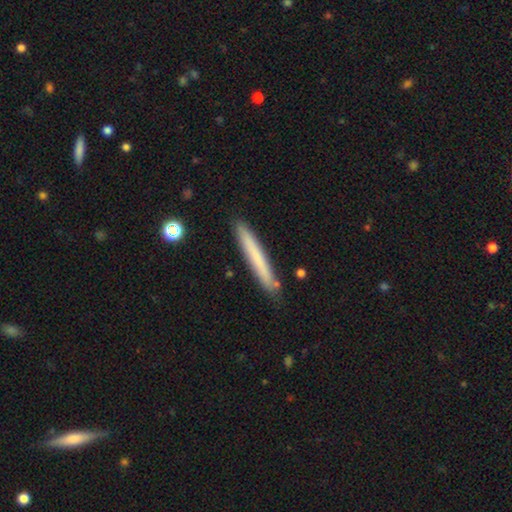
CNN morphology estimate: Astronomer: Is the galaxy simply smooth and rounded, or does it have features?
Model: smooth — 69%.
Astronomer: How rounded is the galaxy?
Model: cigar-shaped — 97%.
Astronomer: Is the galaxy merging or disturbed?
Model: none — 87%.